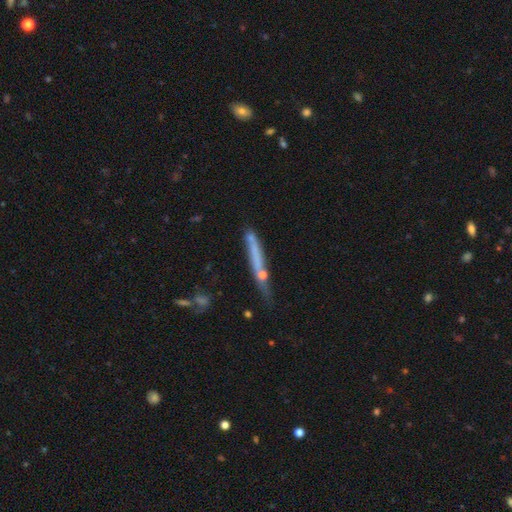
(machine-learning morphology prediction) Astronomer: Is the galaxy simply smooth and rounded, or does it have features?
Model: smooth — 49% (runner-up: featured or disk, 40%).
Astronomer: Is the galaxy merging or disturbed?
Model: none — 64%.